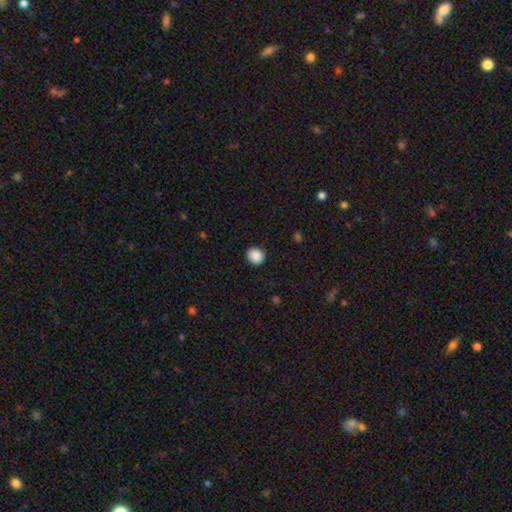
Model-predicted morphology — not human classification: The model was most divided on "how rounded": round: 83%, in between: 16%, cigar-shaped: 1%. More confident: merging — none (90%); smooth or featured — smooth (89%).